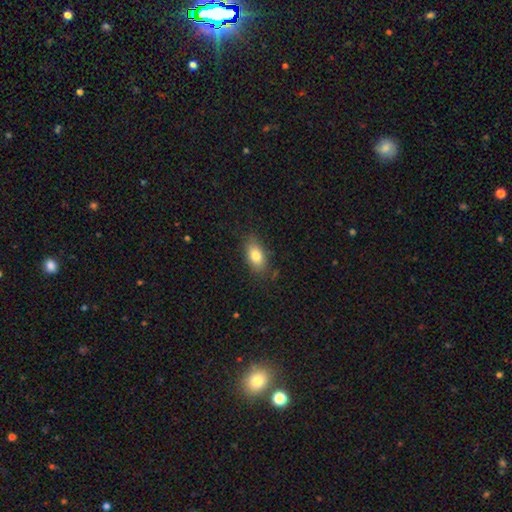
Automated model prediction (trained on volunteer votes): A smooth galaxy with no disk features (80%) that is in between round and cigar-shaped (87%).

Vote fractions:
- Smooth or featured? smooth: 80% / featured or disk: 12% / star or artifact: 8%
- How rounded? in between: 87% / round: 9% / cigar-shaped: 4%
- Merging? none: 80% / minor disturbance: 15% / major disturbance: 4% / merger: 1%